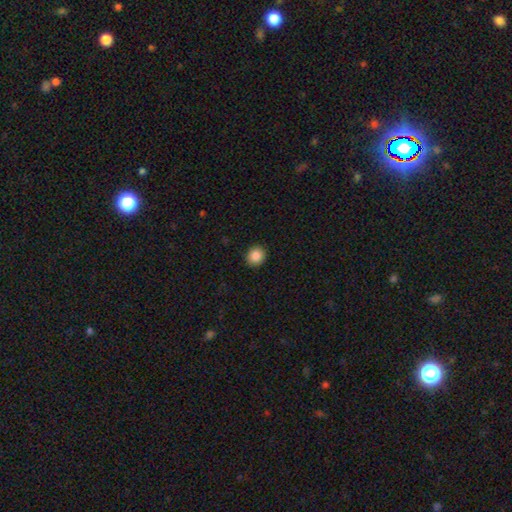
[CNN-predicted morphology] Overall: smooth (87%). How rounded: round (82%). Merging: none (92%).